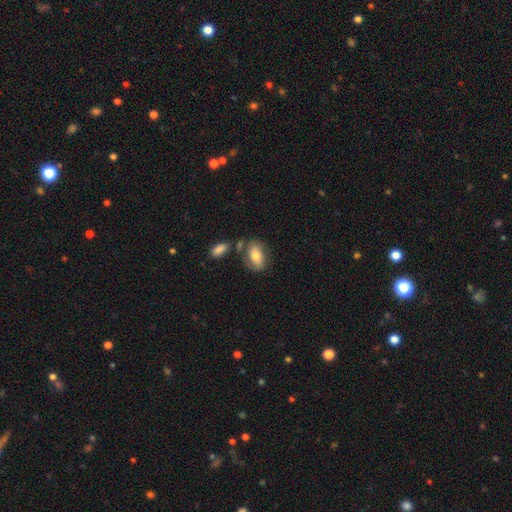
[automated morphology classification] smooth 63%, featured or disk 30%, star or artifact 7%. Down the decision tree: how rounded — in between (86%); merging — none (56%).